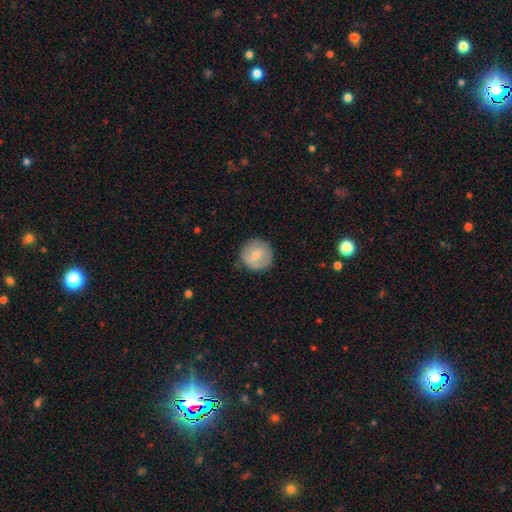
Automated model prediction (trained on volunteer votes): Smooth or featured? smooth (68%)
How rounded? round (93%)
Merging? none (82%)